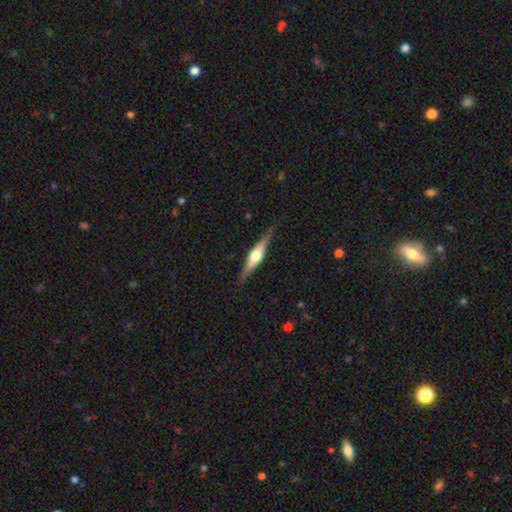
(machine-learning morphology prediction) Smooth or featured: featured or disk — 76% (smooth — 19%)
Edge-on disk: yes — 97% (no — 3%)
Edge-on bulge: rounded — 91% (boxy — 7%)
Merging: none — 87% (minor disturbance — 10%)